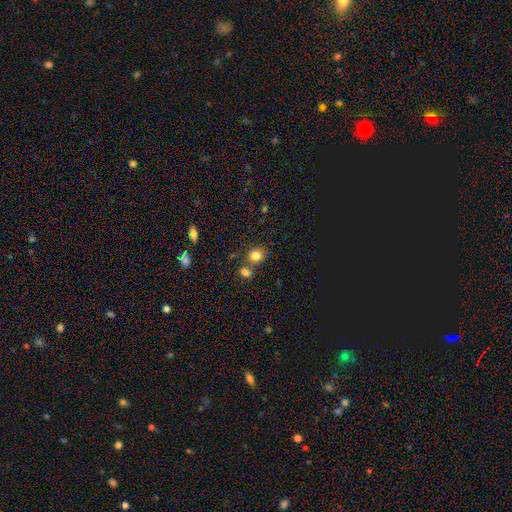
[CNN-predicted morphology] Overall: smooth (82%). How rounded: round (73%). Merging: none (65%).